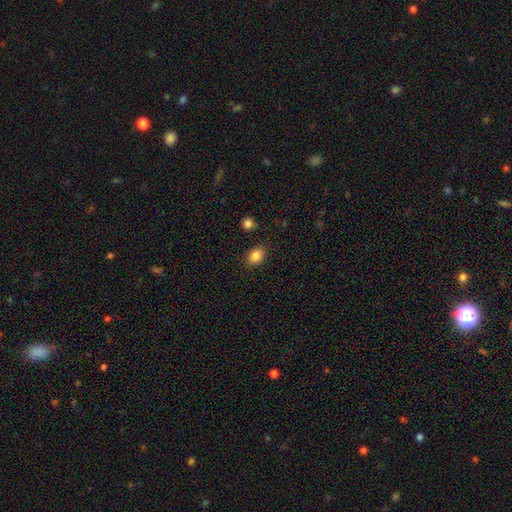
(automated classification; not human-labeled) This is clearly a smooth galaxy (86%). How rounded: likely in between (73%). Merging: clearly none (85%).